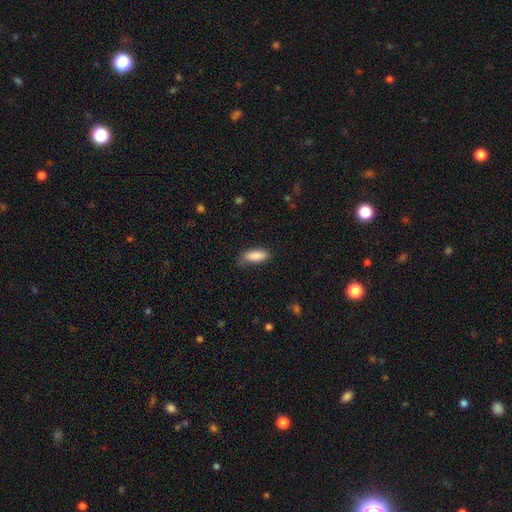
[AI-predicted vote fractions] Smooth or featured? Predicted: smooth (p=0.87). How rounded? Predicted: in between (p=0.76). Merging? Predicted: none (p=0.73).